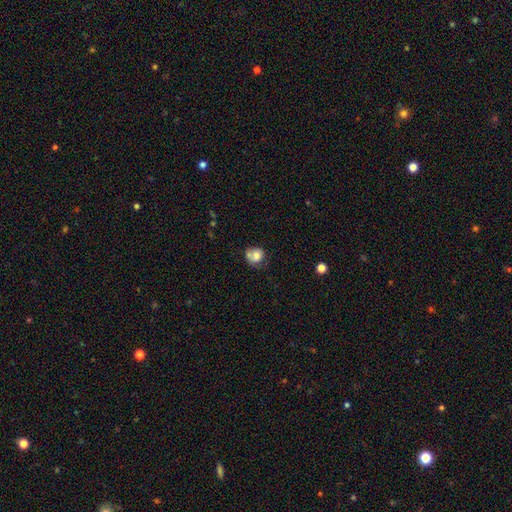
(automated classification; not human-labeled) smooth_or_featured: smooth (p=0.67) [alt: featured or disk p=0.24]
how_rounded: round (p=0.70) [alt: in between p=0.29]
merging: none (p=0.42) [alt: minor disturbance p=0.26]